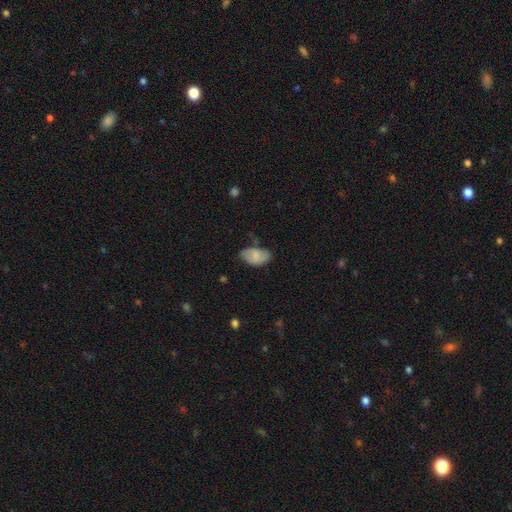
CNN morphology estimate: Smooth or featured?
  - smooth: 76% *
  - featured or disk: 17%
  - star or artifact: 7%
How rounded?
  - in between: 93% *
  - round: 6%
  - cigar-shaped: 2%
Merging?
  - none: 58% *
  - minor disturbance: 31%
  - major disturbance: 8%
  - merger: 3%